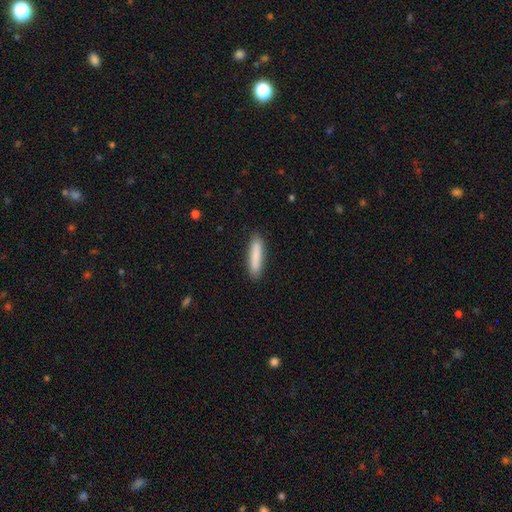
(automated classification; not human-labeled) The model was most divided on "how rounded": cigar-shaped: 85%, in between: 14%, round: 1%. More confident: merging — none (88%); smooth or featured — smooth (85%).